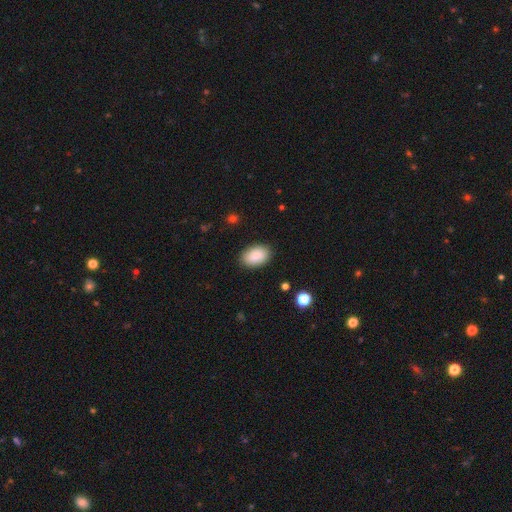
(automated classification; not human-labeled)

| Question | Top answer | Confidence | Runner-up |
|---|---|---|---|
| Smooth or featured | smooth | 89% | star or artifact (6%) |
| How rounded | in between | 90% | round (9%) |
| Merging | none | 87% | minor disturbance (9%) |